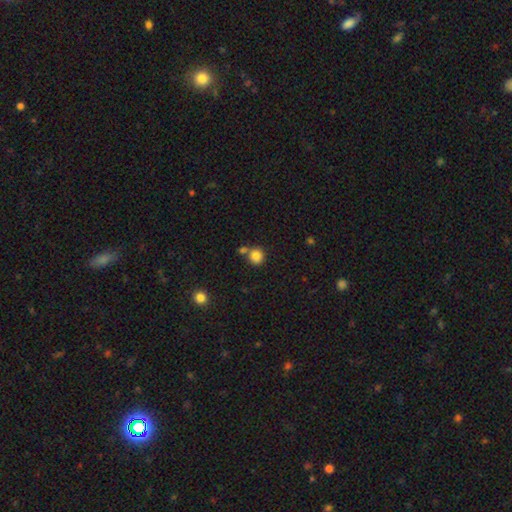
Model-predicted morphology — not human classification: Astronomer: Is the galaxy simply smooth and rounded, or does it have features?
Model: smooth — 84%.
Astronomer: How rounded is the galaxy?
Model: round — 88%.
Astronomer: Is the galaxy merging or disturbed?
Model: none — 65%.